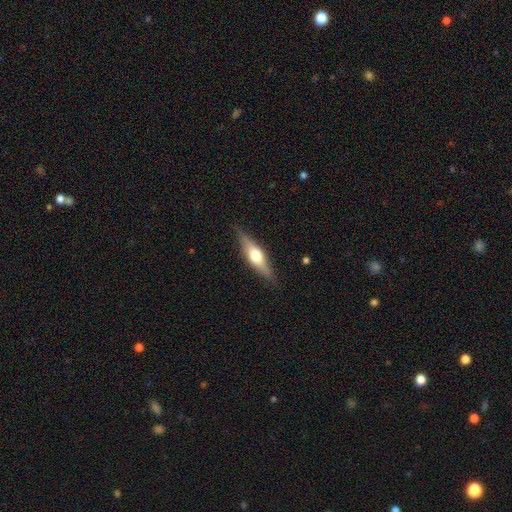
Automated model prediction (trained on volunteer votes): A featured or disk galaxy (54%) viewed edge-on (92%). Merging: none (85%).